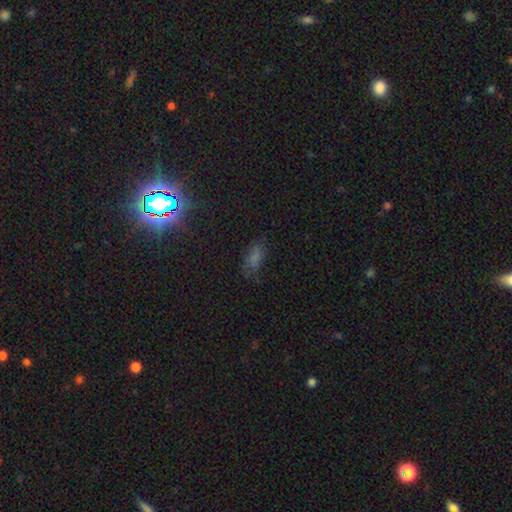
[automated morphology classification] type=smooth (52%); roundness=in between (79%); merging=none (69%).